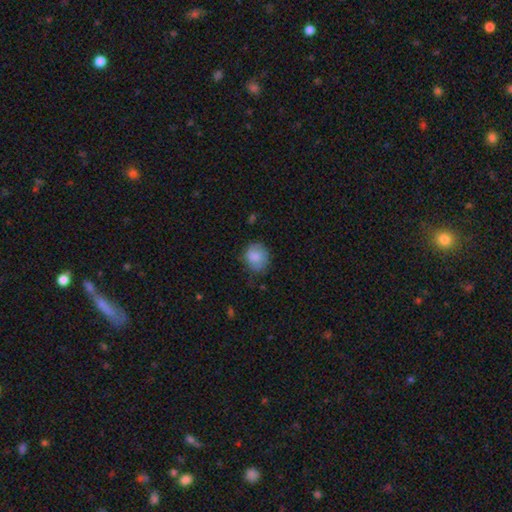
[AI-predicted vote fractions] Smooth or featured: smooth — 82% (featured or disk — 10%)
How rounded: round — 70% (in between — 29%)
Merging: none — 64% (minor disturbance — 26%)